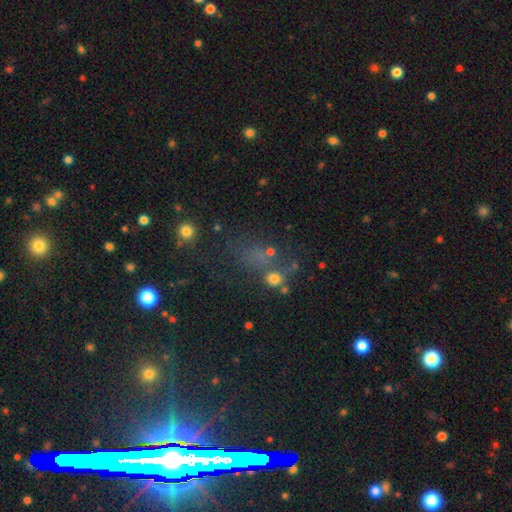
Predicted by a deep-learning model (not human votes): The model was most divided on "smooth or featured": smooth: 43%, star or artifact: 42%, featured or disk: 15%. More confident: merging — none (51%).